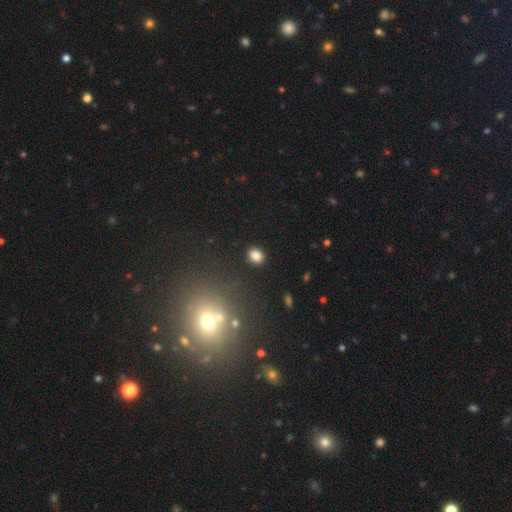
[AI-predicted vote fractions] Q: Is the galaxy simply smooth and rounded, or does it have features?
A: smooth — 84%.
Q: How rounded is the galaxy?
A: in between — 50%.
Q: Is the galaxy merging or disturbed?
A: none — 89%.